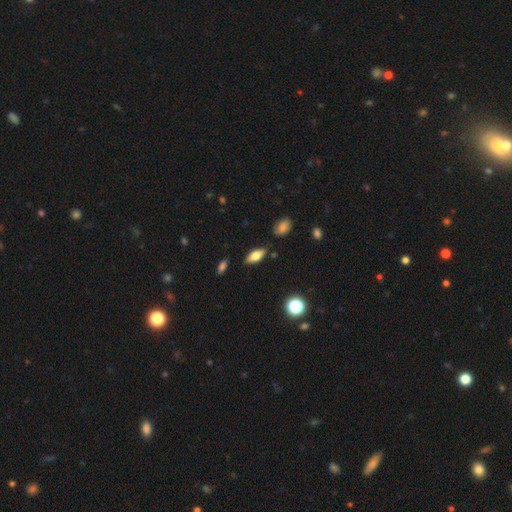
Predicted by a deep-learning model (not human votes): Overall: smooth (63%; featured or disk 28%). How rounded: in between (78%). Merging: none (84%).